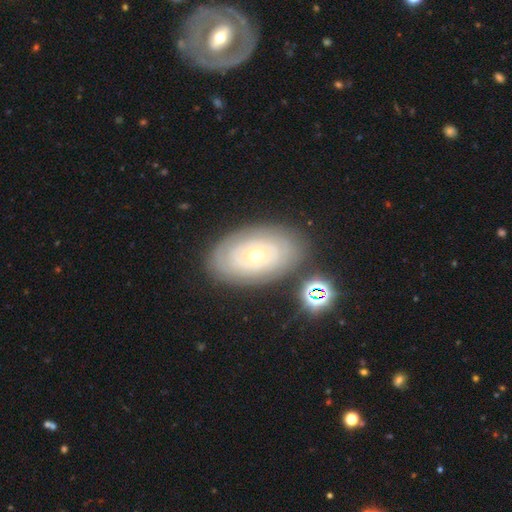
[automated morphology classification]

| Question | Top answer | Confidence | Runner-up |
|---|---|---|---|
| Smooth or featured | featured or disk | 69% | smooth (24%) |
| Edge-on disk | no | 94% | yes (6%) |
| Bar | no | 90% | weak (7%) |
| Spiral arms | yes | 51% | no (49%) |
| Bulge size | small | 57% | moderate (40%) |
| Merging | none | 79% | minor disturbance (12%) |